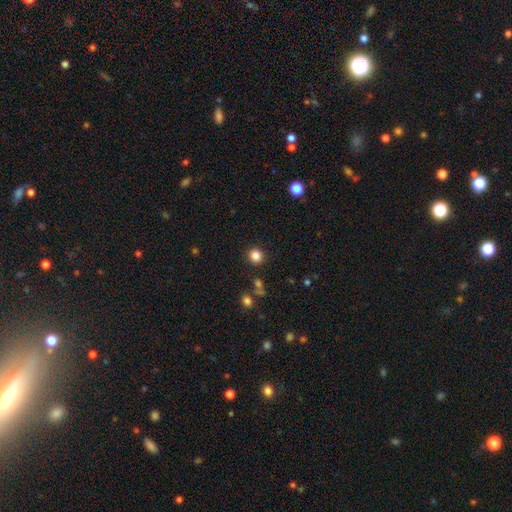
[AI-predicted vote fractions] Q: Smooth or featured?
A: smooth (84%); runner-up: star or artifact (12%)
Q: How rounded?
A: round (89%); runner-up: in between (10%)
Q: Merging?
A: none (88%); runner-up: minor disturbance (6%)